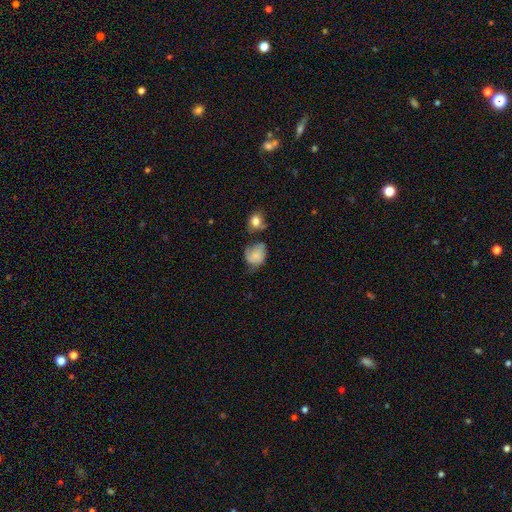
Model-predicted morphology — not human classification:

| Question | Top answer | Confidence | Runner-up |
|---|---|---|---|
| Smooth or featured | smooth | 54% | featured or disk (37%) |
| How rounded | round | 57% | in between (42%) |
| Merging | none | 39% | minor disturbance (32%) |